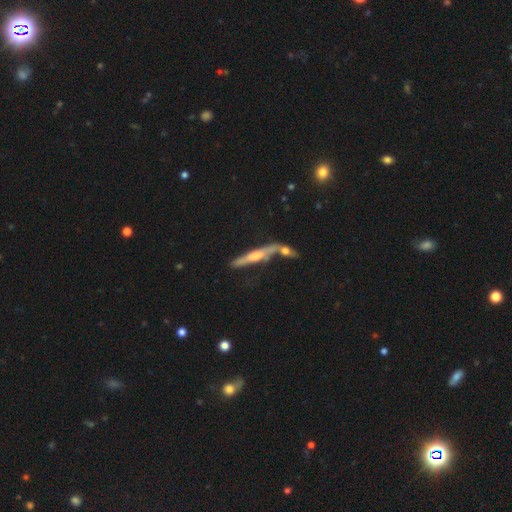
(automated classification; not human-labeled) featured or disk 66%, smooth 26%, star or artifact 7%. Down the decision tree: edge-on disk — yes (92%); edge-on bulge — rounded (75%); merging — none (50%).